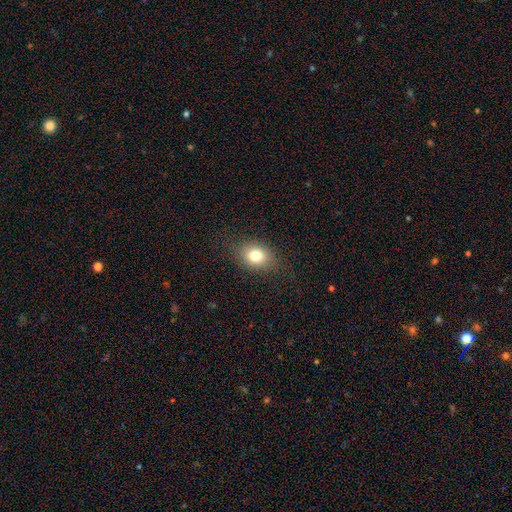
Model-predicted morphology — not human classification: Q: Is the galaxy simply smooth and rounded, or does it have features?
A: smooth — 78%.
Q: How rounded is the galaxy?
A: in between — 63%.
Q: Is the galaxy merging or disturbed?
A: none — 82%.